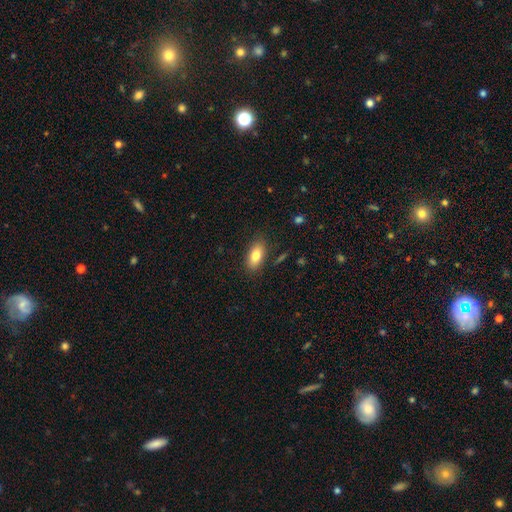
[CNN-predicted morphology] Overall: smooth (82%). How rounded: in between (89%). Merging: none (85%).